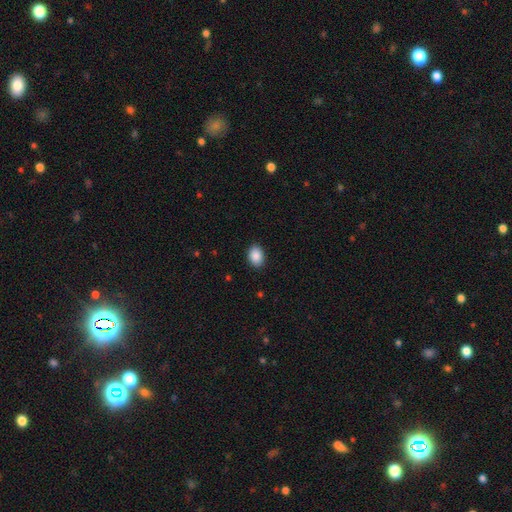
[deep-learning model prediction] Smooth or featured? Predicted: smooth (p=0.89). How rounded? Predicted: in between (p=0.79). Merging? Predicted: none (p=0.89).